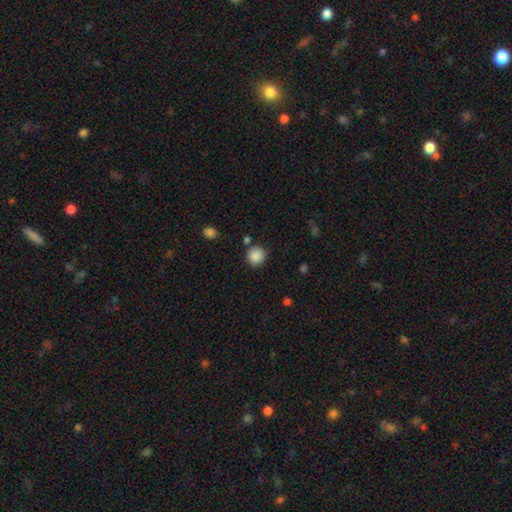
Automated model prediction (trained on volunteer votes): Smooth or featured? Predicted: smooth (p=0.88). How rounded? Predicted: round (p=0.92). Merging? Predicted: none (p=0.83).